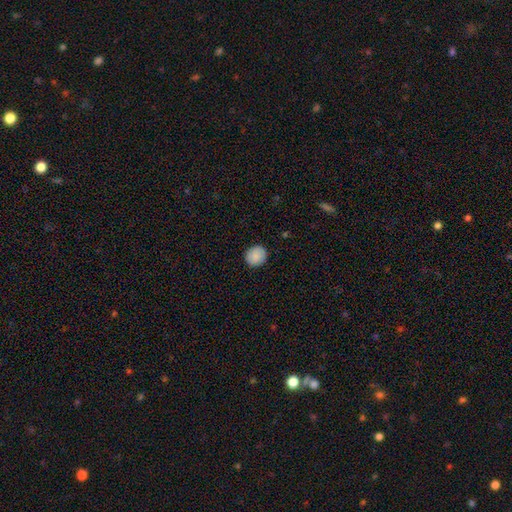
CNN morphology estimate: Smooth or featured? Predicted: smooth (p=0.86). How rounded? Predicted: round (p=0.81). Merging? Predicted: none (p=0.89).